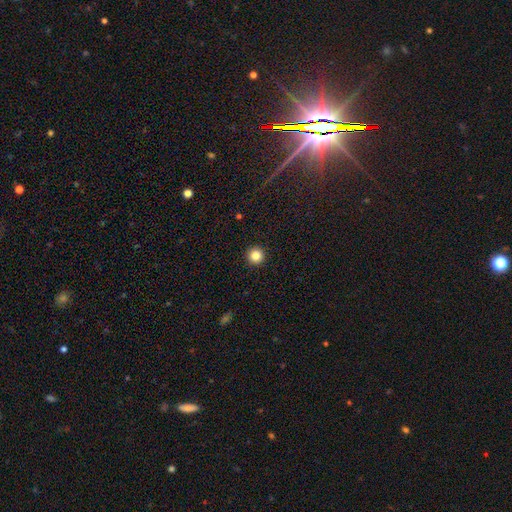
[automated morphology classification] smooth 85%, star or artifact 11%, featured or disk 4%. Down the decision tree: how rounded — round (97%); merging — none (94%).